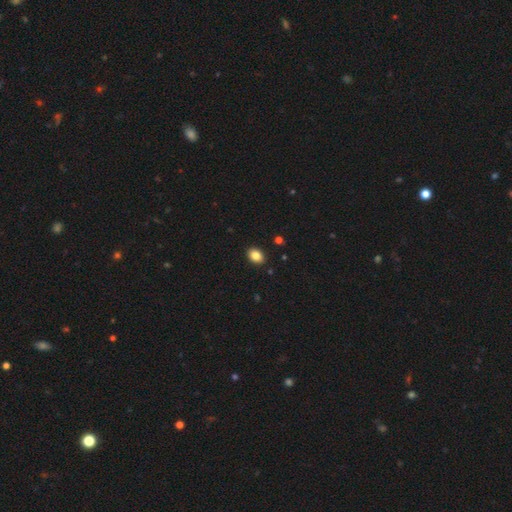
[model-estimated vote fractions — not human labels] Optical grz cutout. It shows a smooth galaxy with no disk features (85%) that is in between round and cigar-shaped (69%). Merging: none (91%).